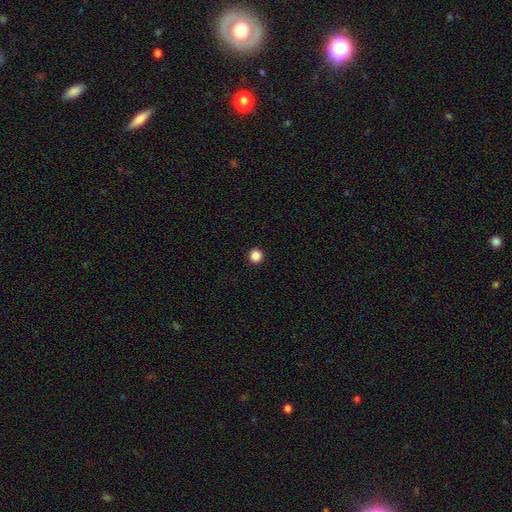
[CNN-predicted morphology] smooth-or-featured: smooth: 87% | star or artifact: 11% | featured or disk: 2%
  how-rounded: round: 96% | in between: 3% | cigar-shaped: 1%
  merging: none: 94% | minor disturbance: 4% | major disturbance: 1% | merger: 1%